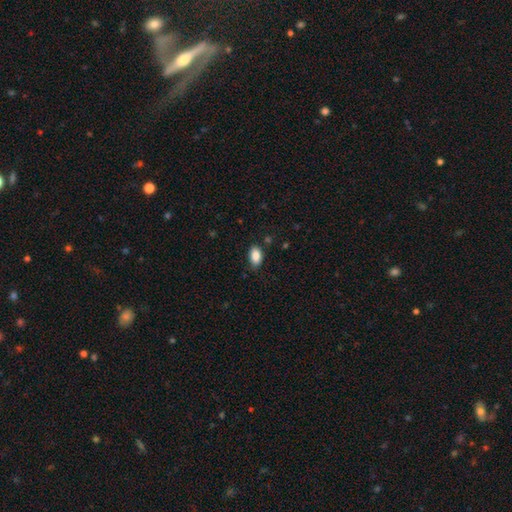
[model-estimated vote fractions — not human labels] A smooth galaxy with no disk features (87%) that is in between round and cigar-shaped (92%). Merging: none (83%).